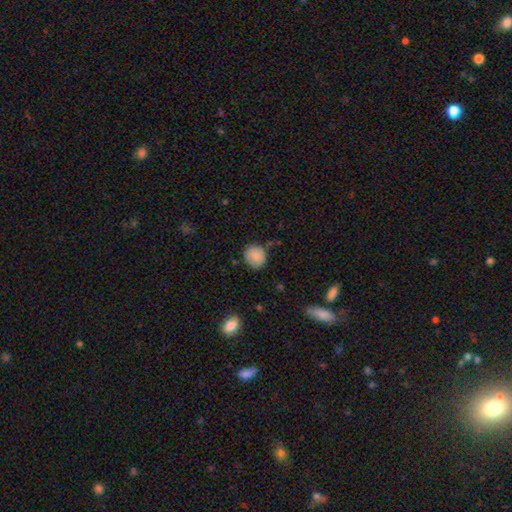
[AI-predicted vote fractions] This appears to be a smooth galaxy with no disk features (87%) that is round (80%). Merging: none (76%).